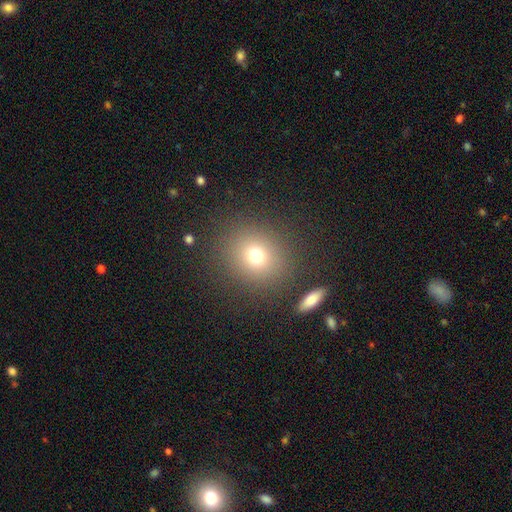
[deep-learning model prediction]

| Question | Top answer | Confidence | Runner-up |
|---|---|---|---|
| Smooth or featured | smooth | 54% | star or artifact (37%) |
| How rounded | round | 87% | in between (11%) |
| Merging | none | 89% | minor disturbance (6%) |